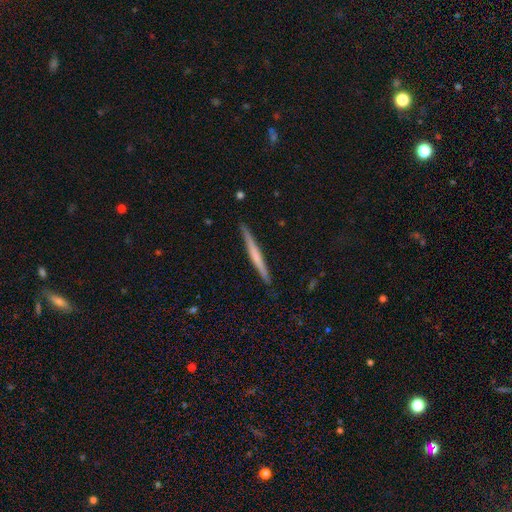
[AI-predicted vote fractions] This is possibly a featured or disk galaxy (50%). It is clearly viewed edge-on (98%). Merging: clearly none (91%).